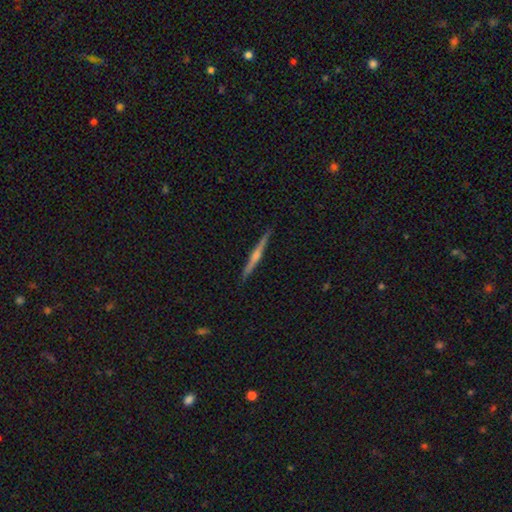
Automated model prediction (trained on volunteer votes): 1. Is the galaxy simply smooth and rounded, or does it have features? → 73% featured or disk, 18% smooth, 9% star or artifact.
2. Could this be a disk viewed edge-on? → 98% yes, 2% no.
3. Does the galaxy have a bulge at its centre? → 75% rounded, 17% none, 8% boxy.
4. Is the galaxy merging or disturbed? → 91% none, 7% minor disturbance, 1% major disturbance, 1% merger.